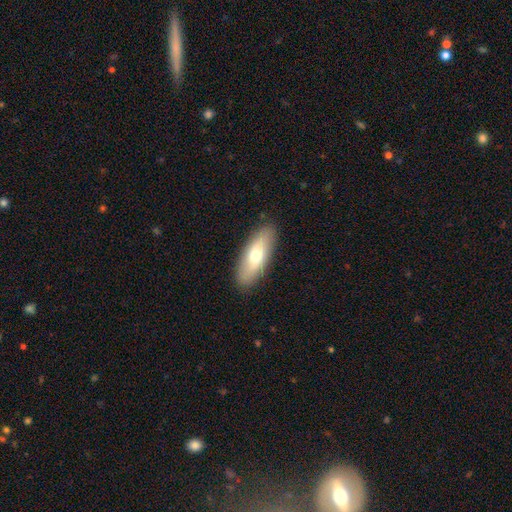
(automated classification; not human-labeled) A smooth galaxy with no disk features (62%) that is in between round and cigar-shaped (69%).

Vote fractions:
- Smooth or featured? smooth: 62% / featured or disk: 32% / star or artifact: 6%
- How rounded? in between: 69% / cigar-shaped: 28% / round: 3%
- Merging? none: 89% / minor disturbance: 8% / major disturbance: 2% / merger: 1%